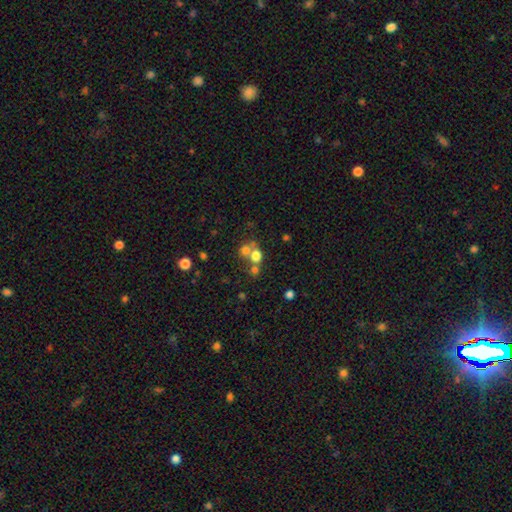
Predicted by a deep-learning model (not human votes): Morphology: type=smooth (69%); roundness=round (73%); merging=merger (49%).